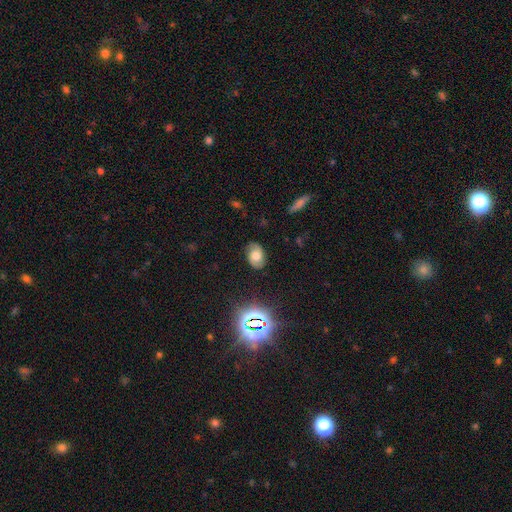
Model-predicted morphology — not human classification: Smooth or featured? smooth (55%)
How rounded? in between (82%)
Merging? none (81%)